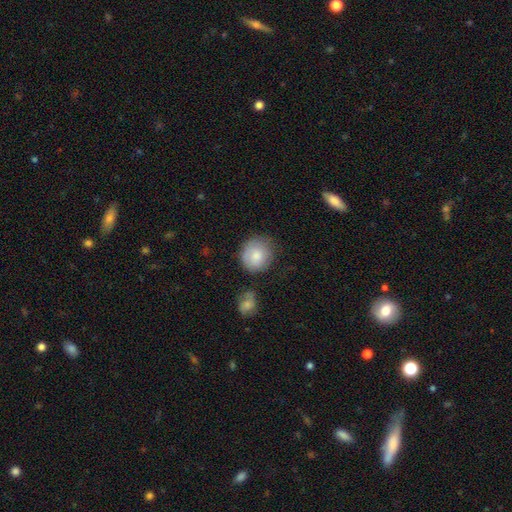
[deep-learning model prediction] Smooth or featured? Predicted: smooth (p=0.81). How rounded? Predicted: round (p=0.83). Merging? Predicted: none (p=0.69).